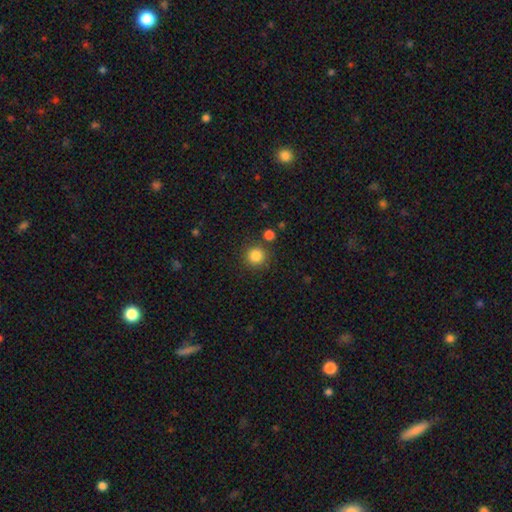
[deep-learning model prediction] Morphology: type=smooth (85%); roundness=round (94%); merging=none (85%).